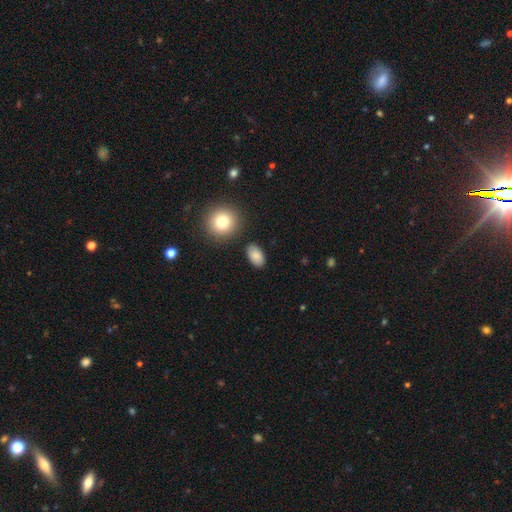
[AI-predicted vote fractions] Smooth or featured? Predicted: smooth (p=0.87). How rounded? Predicted: in between (p=0.91). Merging? Predicted: none (p=0.86).